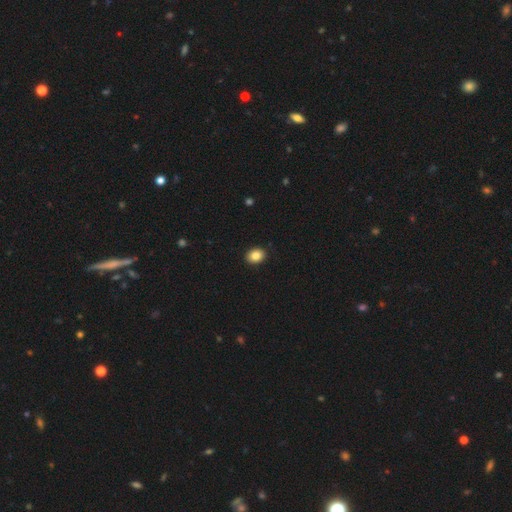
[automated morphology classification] A smooth galaxy with no disk features (85%) that is in between round and cigar-shaped (55%).

Vote fractions:
- Smooth or featured? smooth: 85% / star or artifact: 9% / featured or disk: 6%
- How rounded? in between: 55% / round: 44% / cigar-shaped: 1%
- Merging? none: 91% / minor disturbance: 6% / major disturbance: 2% / merger: 1%